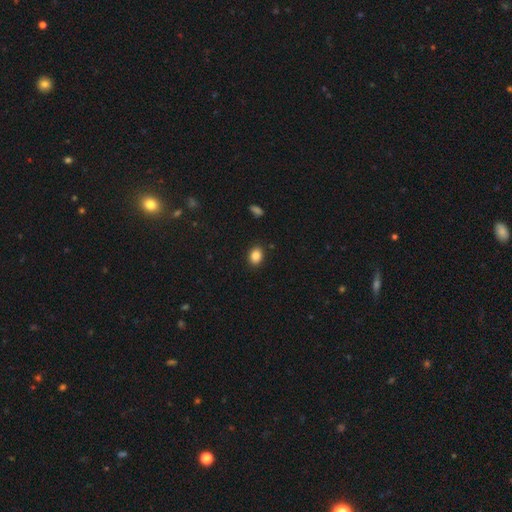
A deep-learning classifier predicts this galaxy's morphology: Smooth or featured: smooth — 87% (star or artifact — 9%)
How rounded: in between — 68% (round — 31%)
Merging: none — 88% (minor disturbance — 8%)